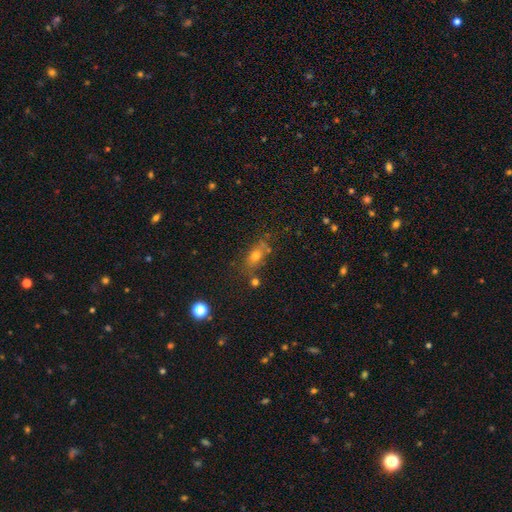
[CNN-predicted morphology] The model was most divided on "smooth or featured": smooth: 59%, star or artifact: 22%, featured or disk: 18%. More confident: merging — none (66%); how rounded — in between (63%).